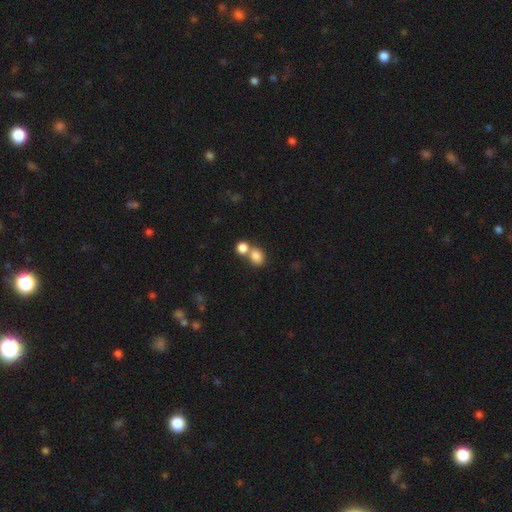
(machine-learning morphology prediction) Smooth or featured: smooth — 82% (star or artifact — 11%)
How rounded: round — 56% (in between — 43%)
Merging: merger — 49% (none — 40%)